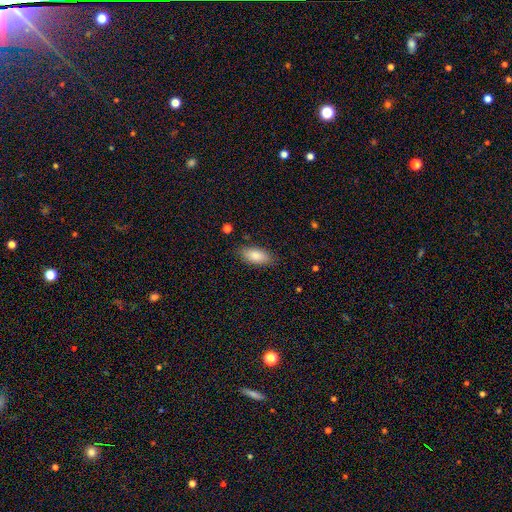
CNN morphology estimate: Smooth or featured? smooth (84%)
How rounded? in between (86%)
Merging? none (83%)